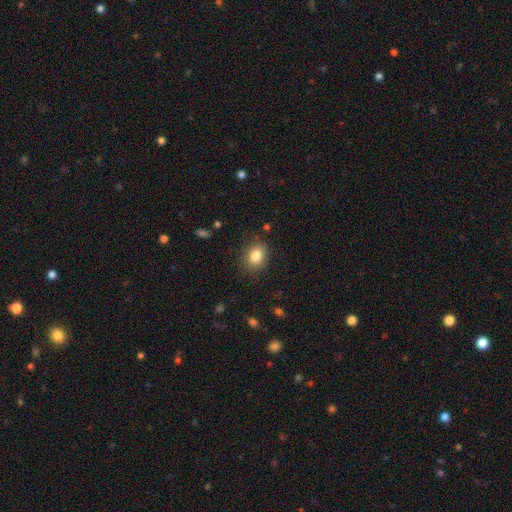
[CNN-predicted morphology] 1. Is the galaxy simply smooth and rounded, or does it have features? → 84% smooth, 10% star or artifact, 7% featured or disk.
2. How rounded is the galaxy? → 59% in between, 40% round, 1% cigar-shaped.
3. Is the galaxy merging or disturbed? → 84% none, 11% minor disturbance, 3% major disturbance, 1% merger.